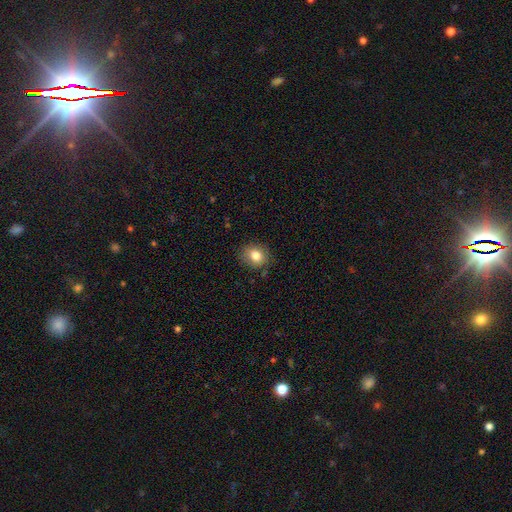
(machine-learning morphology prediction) This appears to be a smooth galaxy with no disk features (81%) that is round (67%). Merging: none (85%).